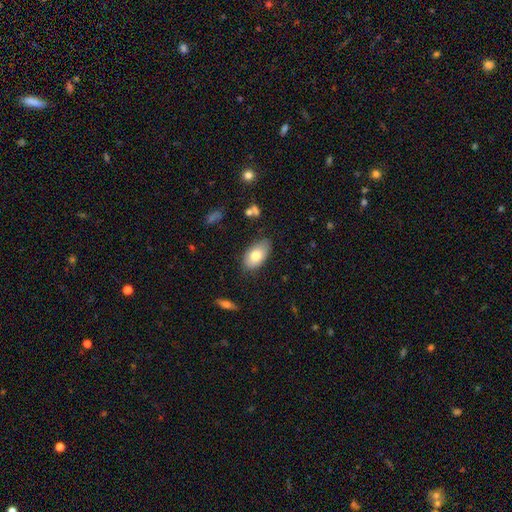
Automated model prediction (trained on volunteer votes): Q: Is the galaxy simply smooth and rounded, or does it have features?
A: smooth — 77%.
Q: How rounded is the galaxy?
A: in between — 94%.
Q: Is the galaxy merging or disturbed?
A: none — 78%.